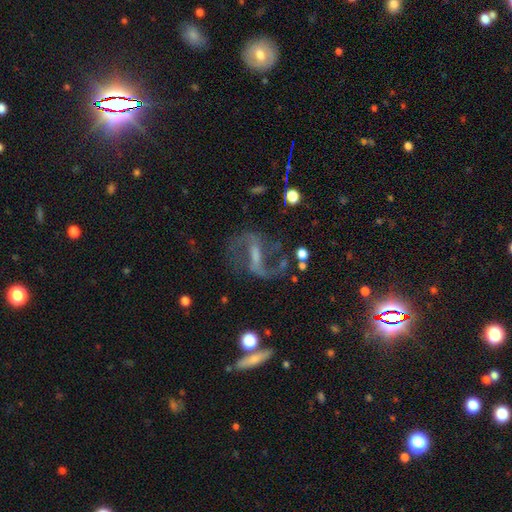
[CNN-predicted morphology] Smooth or featured? featured or disk (84%)
Edge-on disk? no (95%)
Bar? strong (52%)
Spiral arms? yes (93%)
Spiral winding? loose (57%)
Spiral arm count? 2 (91%)
Bulge size? none (36%)
Merging? none (67%)